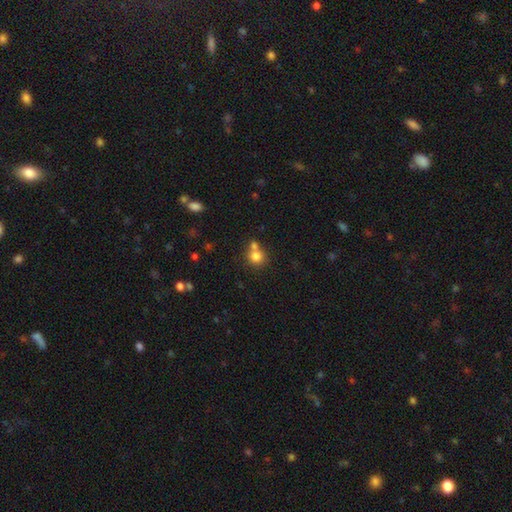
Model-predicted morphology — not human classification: This appears to be a smooth galaxy with no disk features (79%) that is round (87%). Merging: none (52%).